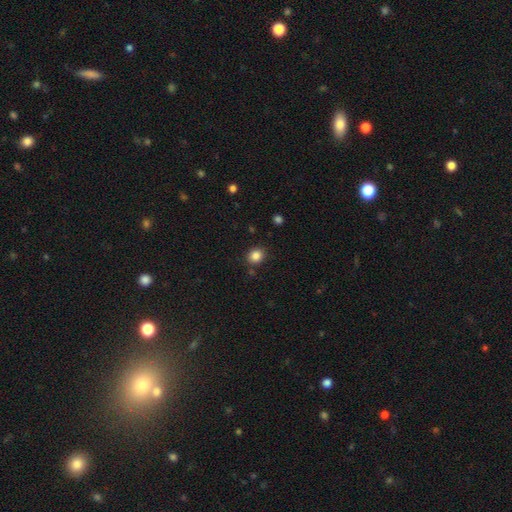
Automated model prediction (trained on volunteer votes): Smooth or featured? Predicted: smooth (p=0.85). How rounded? Predicted: round (p=0.70). Merging? Predicted: none (p=0.85).